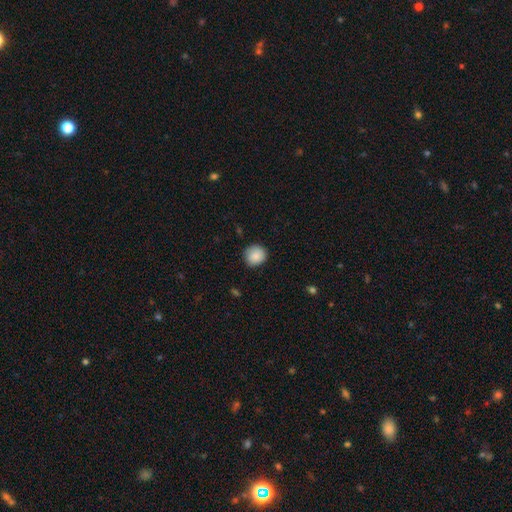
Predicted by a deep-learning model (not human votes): Smooth or featured? smooth (88%)
How rounded? round (88%)
Merging? none (85%)